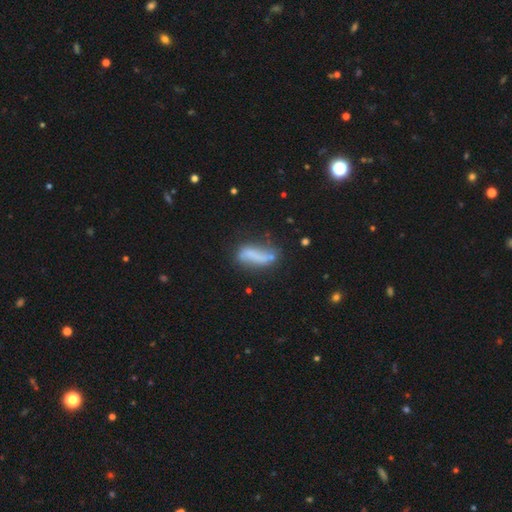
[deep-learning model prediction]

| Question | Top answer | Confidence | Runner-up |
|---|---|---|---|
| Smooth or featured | smooth | 53% | featured or disk (36%) |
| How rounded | in between | 60% | cigar-shaped (37%) |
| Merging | none | 50% | minor disturbance (26%) |